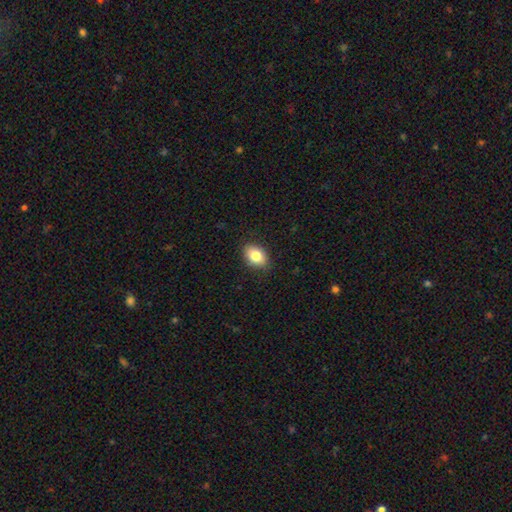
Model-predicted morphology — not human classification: This is clearly a smooth galaxy (83%). How rounded: likely in between (79%). Merging: clearly none (87%).